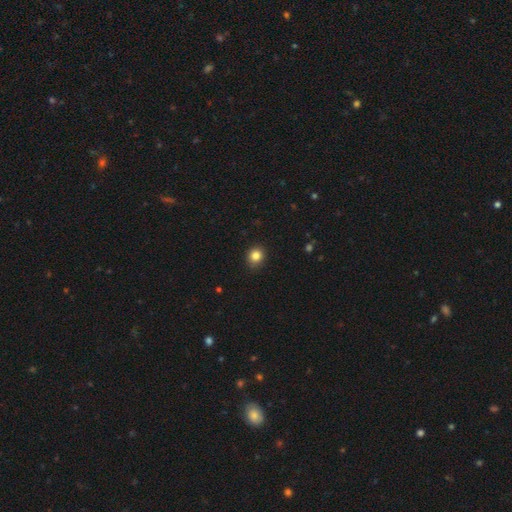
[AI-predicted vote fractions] Overall: smooth (84%). How rounded: round (79%). Merging: none (87%).